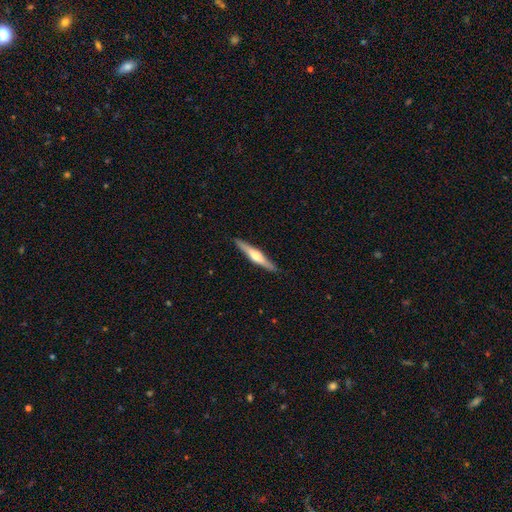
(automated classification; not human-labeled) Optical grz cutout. It shows a featured or disk galaxy (61%) viewed edge-on (97%) with a rounded central bulge (86%). Merging: none (90%).